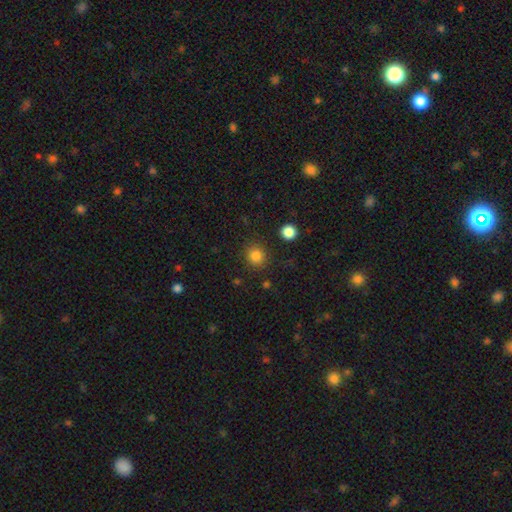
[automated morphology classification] A smooth galaxy with no disk features (83%) that is round (88%). Merging: none (88%).